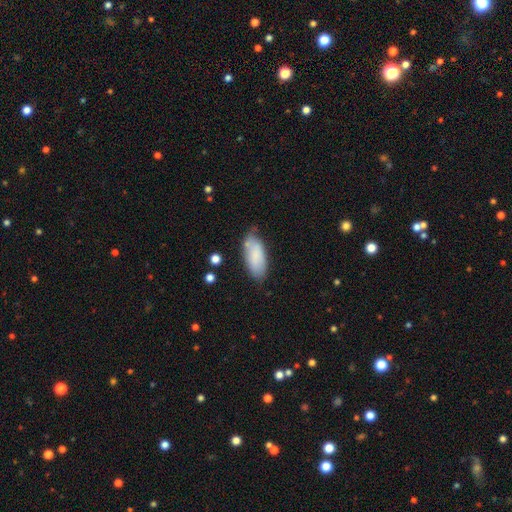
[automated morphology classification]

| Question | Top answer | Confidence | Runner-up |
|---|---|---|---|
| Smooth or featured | smooth | 82% | featured or disk (12%) |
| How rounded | in between | 85% | cigar-shaped (13%) |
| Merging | none | 66% | minor disturbance (24%) |